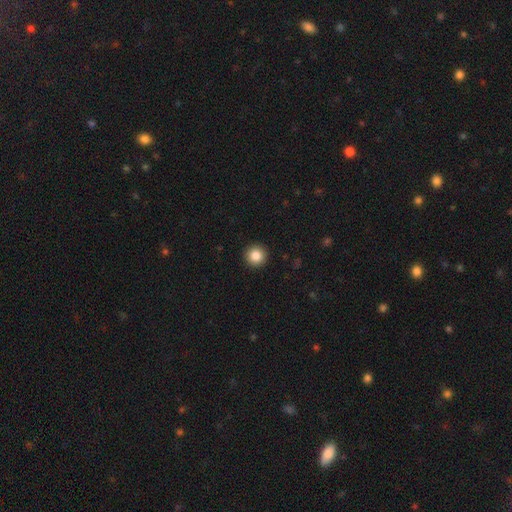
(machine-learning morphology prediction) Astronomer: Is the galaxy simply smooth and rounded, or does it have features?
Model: smooth — 85%.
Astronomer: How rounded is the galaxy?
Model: round — 96%.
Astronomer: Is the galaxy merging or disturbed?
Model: none — 93%.